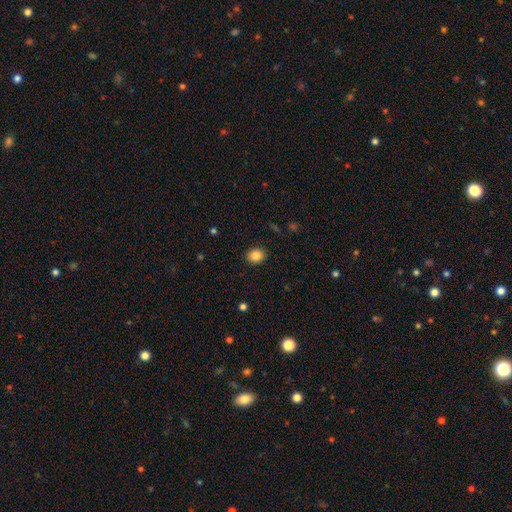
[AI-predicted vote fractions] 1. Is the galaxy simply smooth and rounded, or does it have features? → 85% smooth, 10% star or artifact, 5% featured or disk.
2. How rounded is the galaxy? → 60% round, 39% in between, 1% cigar-shaped.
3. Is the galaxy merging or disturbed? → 89% none, 8% minor disturbance, 2% major disturbance, 1% merger.